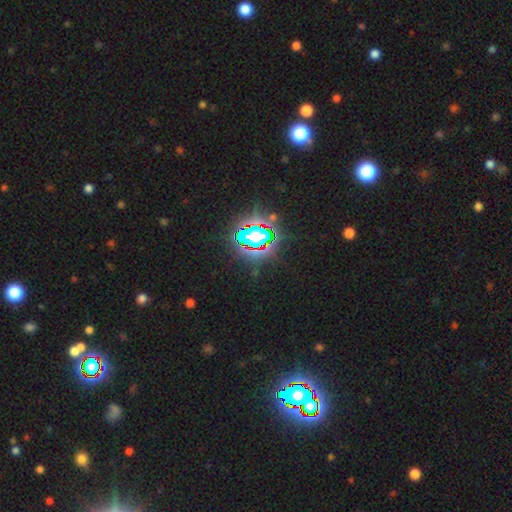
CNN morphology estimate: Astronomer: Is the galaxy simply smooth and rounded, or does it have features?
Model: star or artifact — 82%.